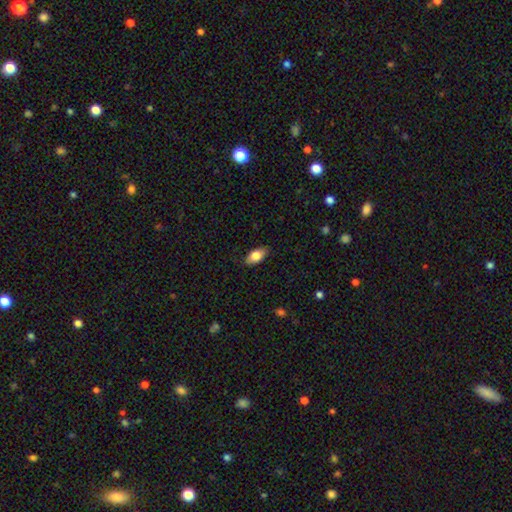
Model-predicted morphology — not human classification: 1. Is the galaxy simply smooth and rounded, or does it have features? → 77% smooth, 16% featured or disk, 7% star or artifact.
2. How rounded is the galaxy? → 89% in between, 6% cigar-shaped, 4% round.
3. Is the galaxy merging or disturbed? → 86% none, 11% minor disturbance, 2% major disturbance, 1% merger.